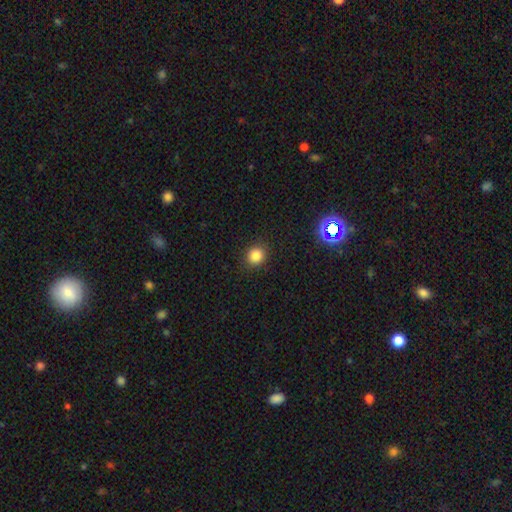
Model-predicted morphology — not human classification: type=smooth (83%); roundness=round (81%); merging=none (89%).